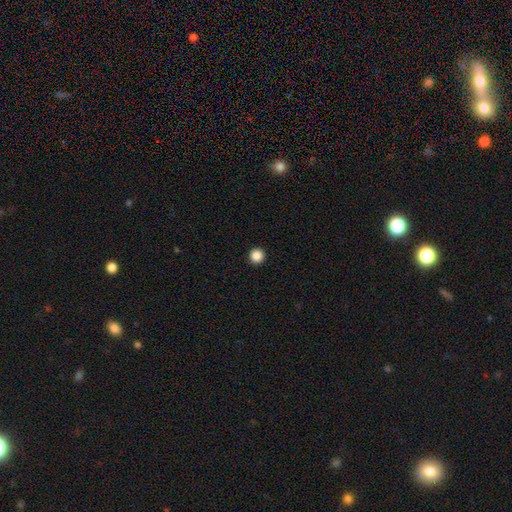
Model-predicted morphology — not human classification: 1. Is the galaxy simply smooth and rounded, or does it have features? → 87% smooth, 10% star or artifact, 3% featured or disk.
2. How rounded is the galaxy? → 96% round, 3% in between, 1% cigar-shaped.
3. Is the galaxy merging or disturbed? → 94% none, 4% minor disturbance, 1% major disturbance, 1% merger.